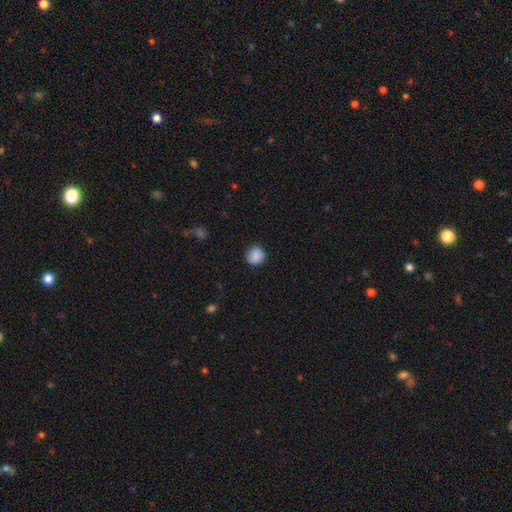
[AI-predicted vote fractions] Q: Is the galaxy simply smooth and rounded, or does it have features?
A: smooth — 86%.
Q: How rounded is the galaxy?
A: round — 86%.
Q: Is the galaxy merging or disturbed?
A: none — 83%.